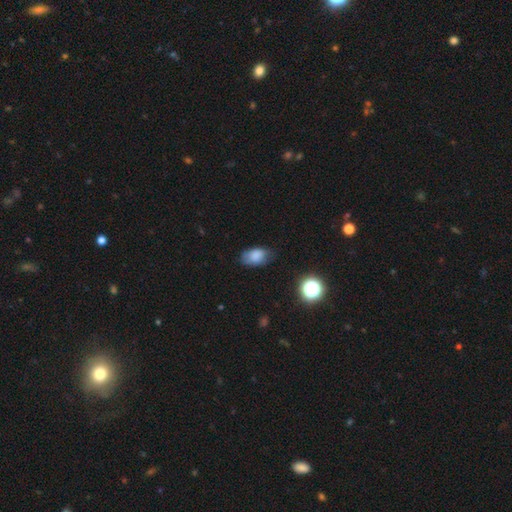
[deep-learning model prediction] smooth-or-featured: smooth: 79% | featured or disk: 11% | star or artifact: 10%
  how-rounded: in between: 87% | round: 11% | cigar-shaped: 1%
  merging: none: 65% | minor disturbance: 27% | major disturbance: 7% | merger: 2%